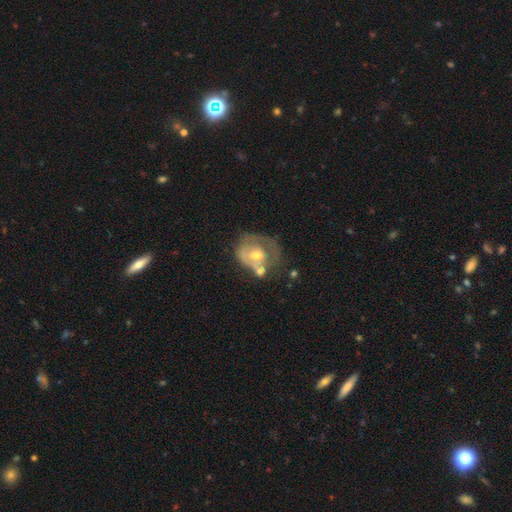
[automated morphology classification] featured or disk 62%, smooth 31%, star or artifact 7%. Down the decision tree: edge-on disk — no (96%); bar — no (61%); spiral arms — no (53%); bulge size — moderate (60%); merging — none (29%).